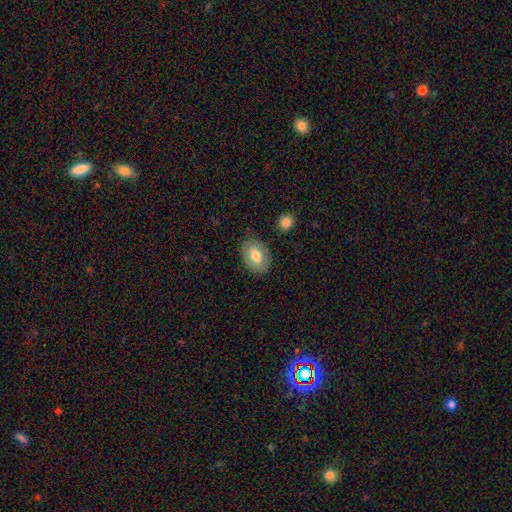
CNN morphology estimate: Smooth or featured? smooth (75%)
How rounded? in between (81%)
Merging? none (80%)